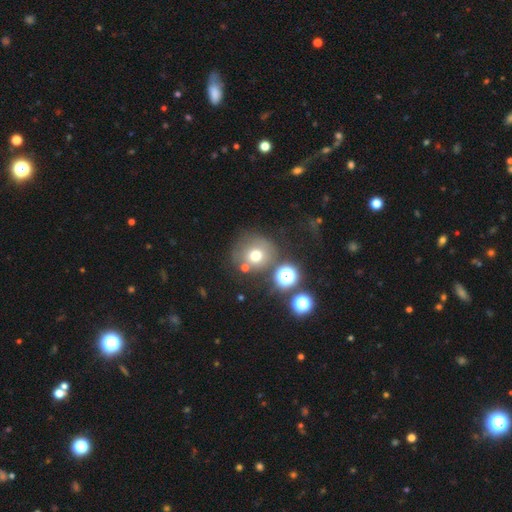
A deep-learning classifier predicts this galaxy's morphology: Smooth or featured?
  - smooth: 65% *
  - star or artifact: 19%
  - featured or disk: 16%
How rounded?
  - round: 90% *
  - in between: 9%
  - cigar-shaped: 1%
Merging?
  - none: 66% *
  - minor disturbance: 14%
  - merger: 11%
  - major disturbance: 8%